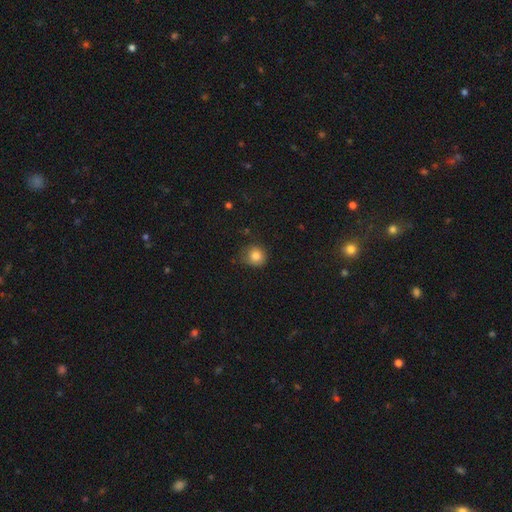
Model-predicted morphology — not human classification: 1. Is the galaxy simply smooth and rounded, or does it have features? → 82% smooth, 11% star or artifact, 6% featured or disk.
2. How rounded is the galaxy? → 87% round, 12% in between, 1% cigar-shaped.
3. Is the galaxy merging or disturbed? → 74% none, 20% minor disturbance, 4% major disturbance, 1% merger.